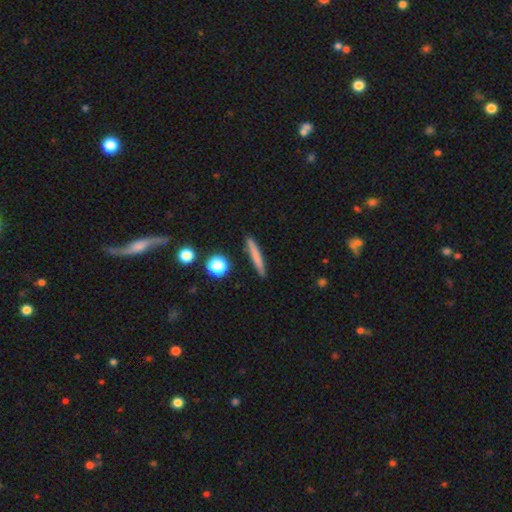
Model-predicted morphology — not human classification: A smooth galaxy with no disk features (71%) that is cigar-shaped (94%).

Vote fractions:
- Smooth or featured? smooth: 71% / featured or disk: 22% / star or artifact: 7%
- How rounded? cigar-shaped: 94% / in between: 4% / round: 2%
- Merging? none: 89% / minor disturbance: 7% / merger: 2% / major disturbance: 2%